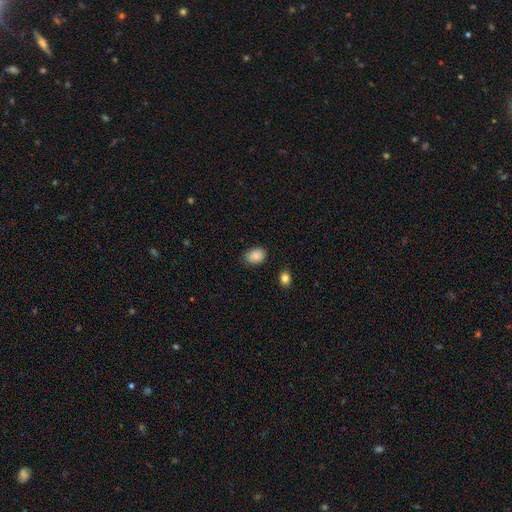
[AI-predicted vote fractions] smooth-or-featured: smooth: 88% | star or artifact: 8% | featured or disk: 4%
  how-rounded: in between: 75% | round: 24% | cigar-shaped: 1%
  merging: none: 84% | minor disturbance: 11% | major disturbance: 3% | merger: 2%